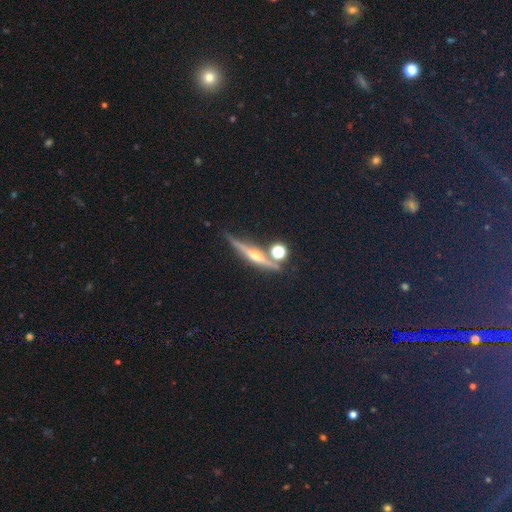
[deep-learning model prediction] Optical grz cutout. It shows a featured or disk galaxy (59%) viewed edge-on (91%) with a rounded central bulge (88%). Merging: none (76%).